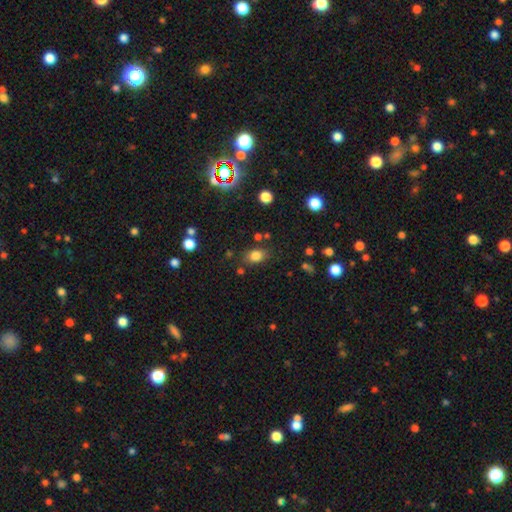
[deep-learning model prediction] Q: Smooth or featured?
A: smooth (80%); runner-up: star or artifact (12%)
Q: How rounded?
A: in between (74%); runner-up: round (24%)
Q: Merging?
A: none (77%); runner-up: minor disturbance (14%)